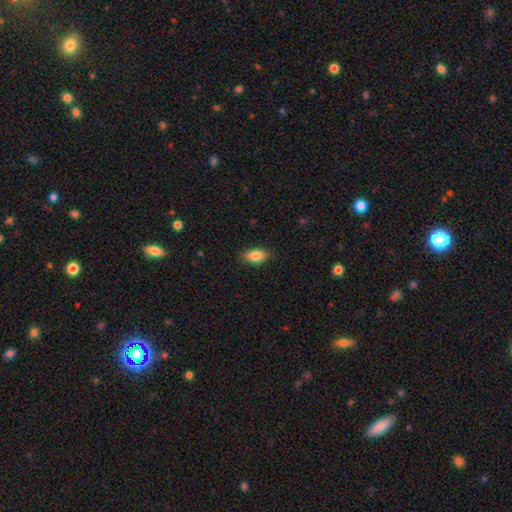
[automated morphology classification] The model was most divided on "merging": none: 84%, minor disturbance: 12%, major disturbance: 3%, merger: 1%. More confident: how rounded — in between (90%); smooth or featured — smooth (86%).